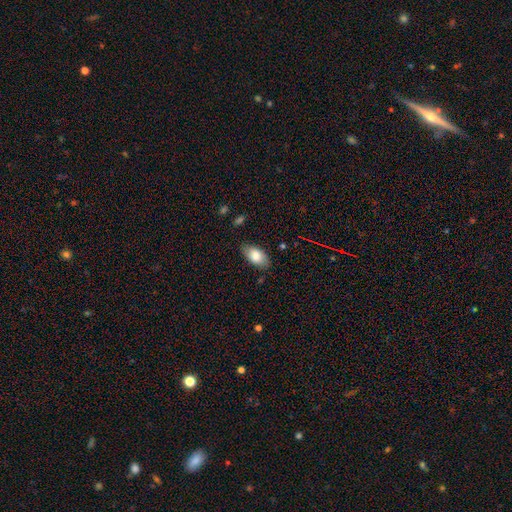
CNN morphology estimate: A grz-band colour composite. It shows a smooth galaxy with no disk features (81%) that is in between round and cigar-shaped (93%). Merging: none (81%).